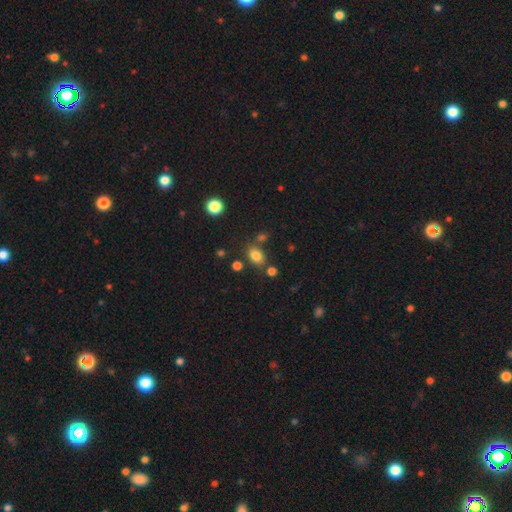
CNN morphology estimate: type=smooth (80%); roundness=in between (70%); merging=none (70%).